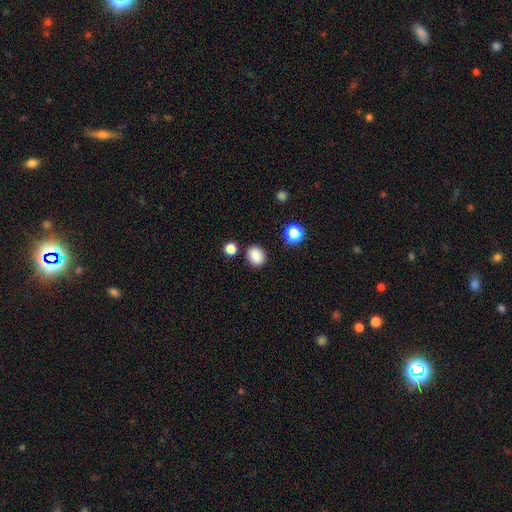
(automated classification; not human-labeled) Smooth or featured: smooth — 86% (star or artifact — 10%)
How rounded: round — 55% (in between — 44%)
Merging: none — 83% (minor disturbance — 10%)